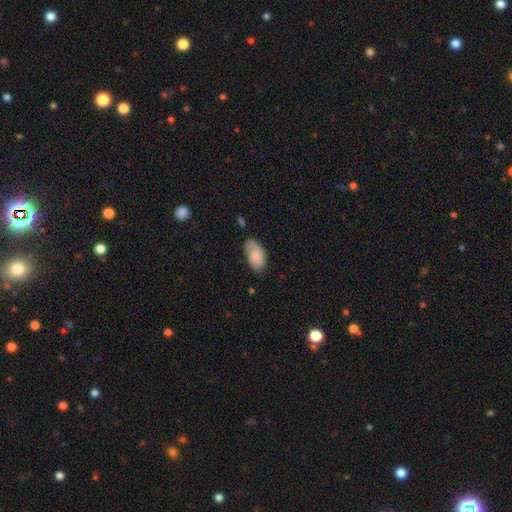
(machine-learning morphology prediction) This appears to be a smooth galaxy with no disk features (76%) that is in between round and cigar-shaped (94%). Merging: none (65%).